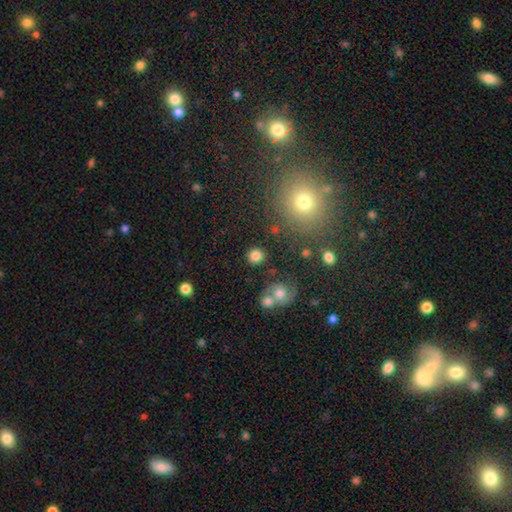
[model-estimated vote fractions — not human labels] smooth 83%, star or artifact 10%, featured or disk 7%. Down the decision tree: how rounded — round (91%); merging — none (85%).